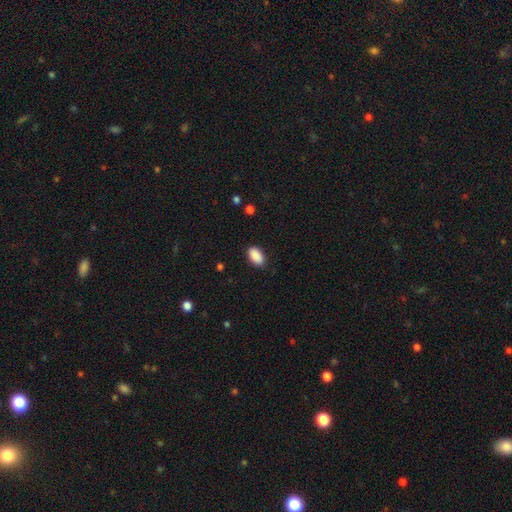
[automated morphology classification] smooth-or-featured: smooth: 90% | star or artifact: 7% | featured or disk: 3%
  how-rounded: in between: 94% | round: 4% | cigar-shaped: 2%
  merging: none: 85% | minor disturbance: 12% | major disturbance: 2% | merger: 1%